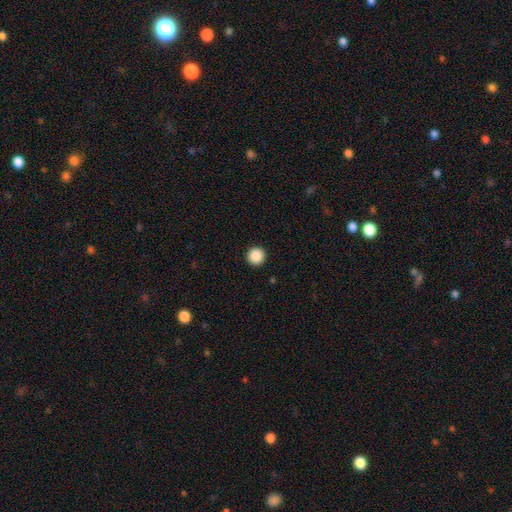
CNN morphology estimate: This is clearly a smooth galaxy (88%). How rounded: clearly round (96%). Merging: clearly none (94%).